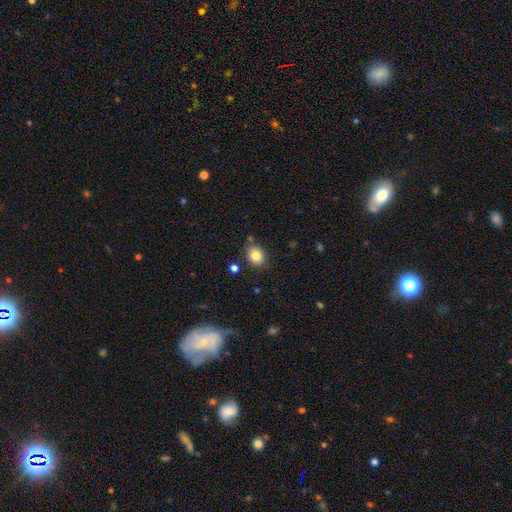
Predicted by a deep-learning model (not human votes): Smooth or featured?
  - smooth: 83% *
  - star or artifact: 10%
  - featured or disk: 7%
How rounded?
  - round: 59% *
  - in between: 40%
  - cigar-shaped: 1%
Merging?
  - none: 80% *
  - minor disturbance: 12%
  - merger: 5%
  - major disturbance: 3%